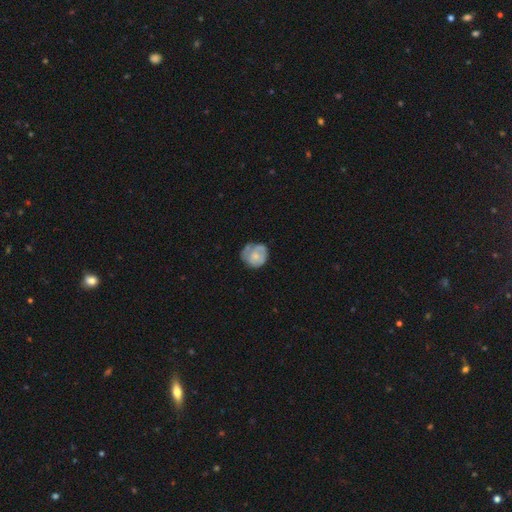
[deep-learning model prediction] This appears to be a smooth galaxy with no disk features (51%) that is round (80%). Merging: none (54%).